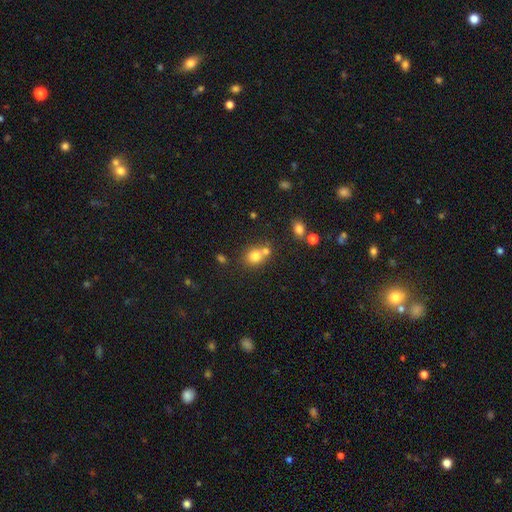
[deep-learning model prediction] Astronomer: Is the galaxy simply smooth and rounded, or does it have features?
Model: smooth — 78%.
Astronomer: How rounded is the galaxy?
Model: round — 77%.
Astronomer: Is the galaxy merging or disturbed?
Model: none — 48% (runner-up: merger, 39%).